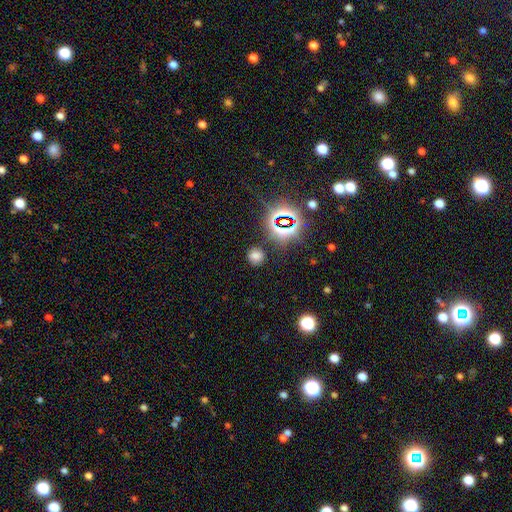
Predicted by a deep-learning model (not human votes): This appears to be a smooth galaxy with no disk features (63%) that is round (83%). Merging: none (83%).